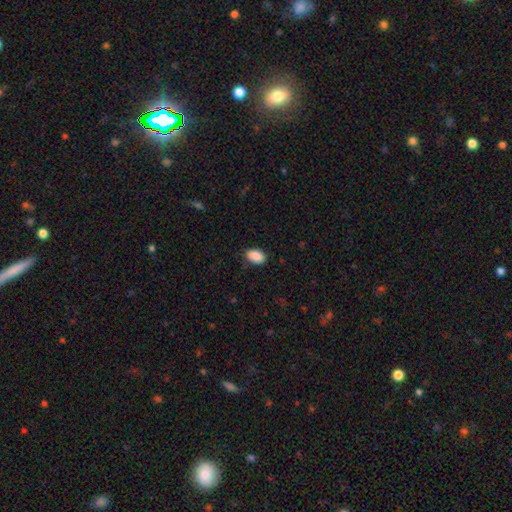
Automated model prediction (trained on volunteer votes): Q: Smooth or featured?
A: smooth (88%); runner-up: star or artifact (7%)
Q: How rounded?
A: in between (91%); runner-up: round (7%)
Q: Merging?
A: none (84%); runner-up: minor disturbance (13%)